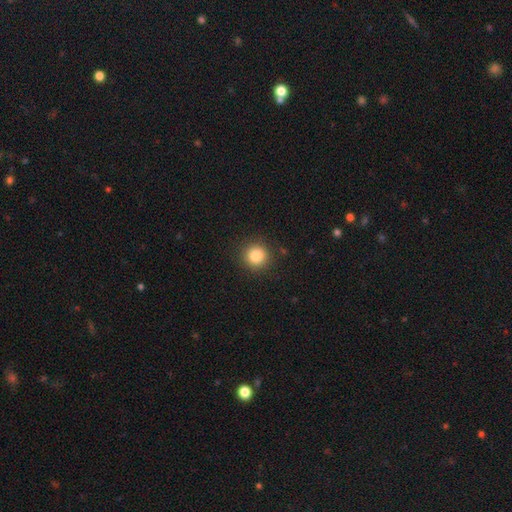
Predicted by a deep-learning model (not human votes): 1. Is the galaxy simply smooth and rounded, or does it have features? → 84% smooth, 11% star or artifact, 5% featured or disk.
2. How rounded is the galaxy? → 94% round, 5% in between, 1% cigar-shaped.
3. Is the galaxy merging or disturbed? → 90% none, 6% minor disturbance, 2% major disturbance, 1% merger.